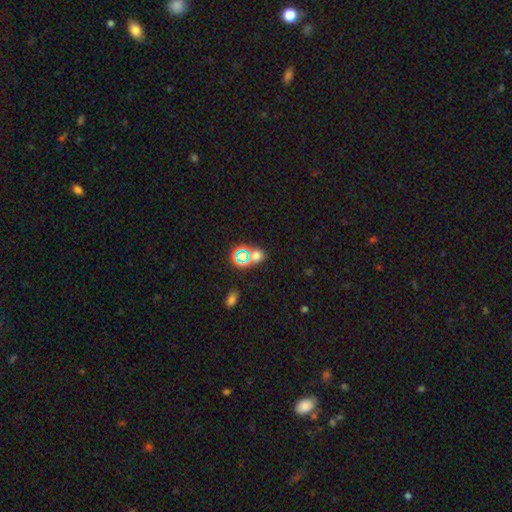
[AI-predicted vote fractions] Morphology: type=smooth (48%); merging=none (67%).